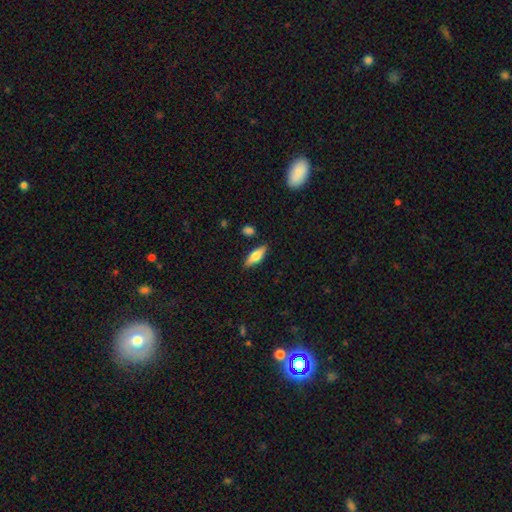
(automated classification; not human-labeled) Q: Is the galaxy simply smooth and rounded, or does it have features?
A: smooth — 62%.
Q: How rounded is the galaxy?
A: in between — 59%.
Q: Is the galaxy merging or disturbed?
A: none — 85%.